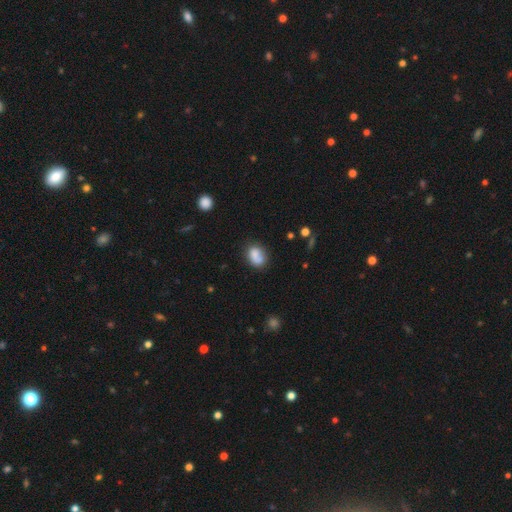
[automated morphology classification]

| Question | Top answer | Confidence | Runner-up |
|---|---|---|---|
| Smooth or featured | smooth | 77% | featured or disk (14%) |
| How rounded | in between | 69% | round (29%) |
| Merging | none | 50% | merger (21%) |